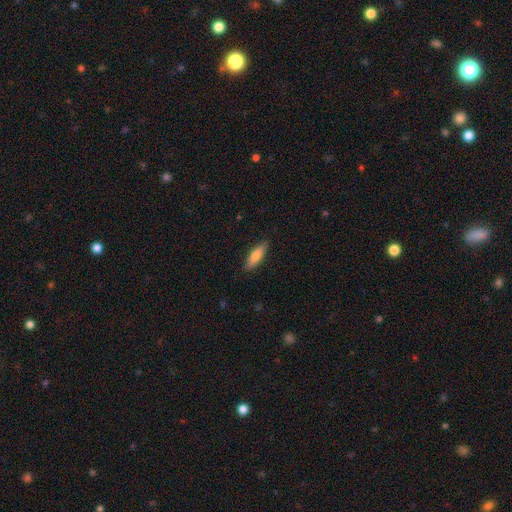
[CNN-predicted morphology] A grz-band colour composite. It shows a smooth galaxy with no disk features (74%) that is cigar-shaped (55%). Merging: none (87%).